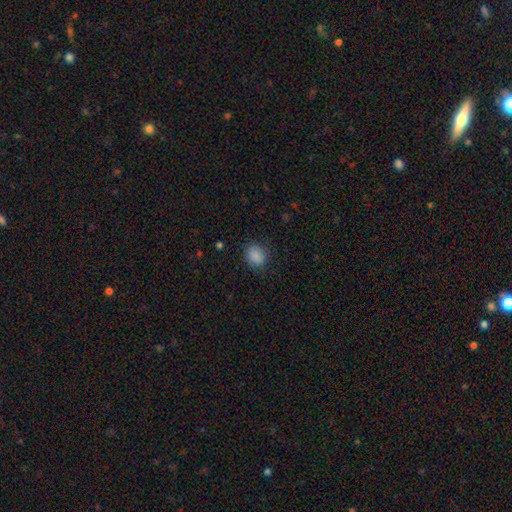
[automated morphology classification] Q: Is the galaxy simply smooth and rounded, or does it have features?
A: smooth — 87%.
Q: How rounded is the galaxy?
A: round — 58%.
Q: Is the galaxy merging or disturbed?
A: none — 84%.